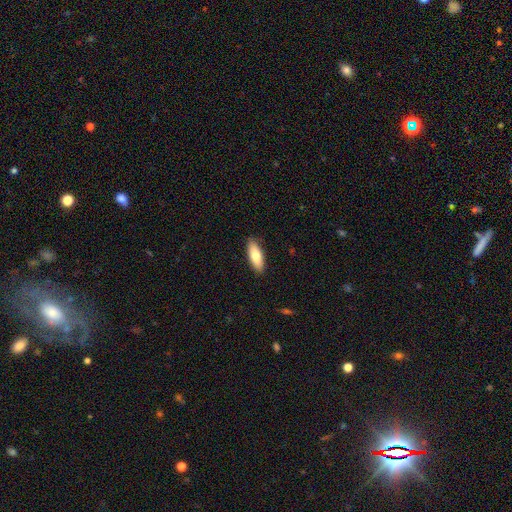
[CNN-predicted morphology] smooth_or_featured: smooth (p=0.77) [alt: featured or disk p=0.17]
how_rounded: in between (p=0.67) [alt: cigar-shaped p=0.31]
merging: none (p=0.89) [alt: minor disturbance p=0.09]